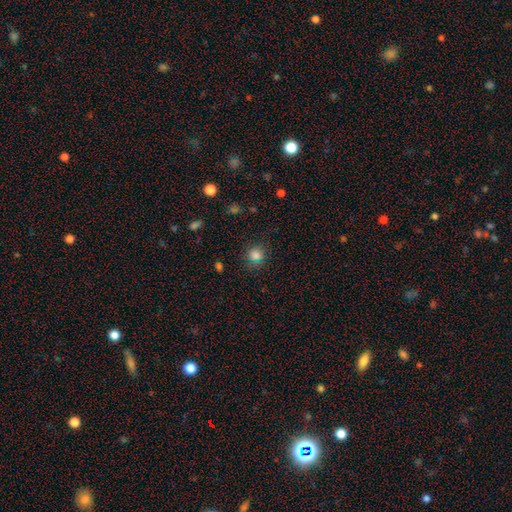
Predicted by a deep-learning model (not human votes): The model was most divided on "smooth or featured": smooth: 79%, star or artifact: 16%, featured or disk: 5%. More confident: how rounded — round (88%); merging — none (83%).